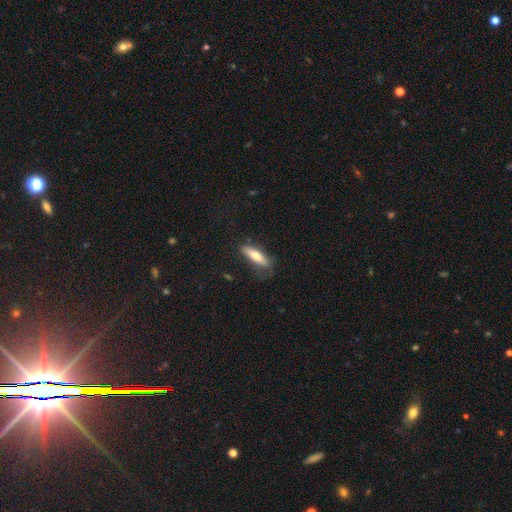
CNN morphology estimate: smooth-or-featured: smooth: 63% | featured or disk: 31% | star or artifact: 6%
  how-rounded: cigar-shaped: 71% | in between: 28% | round: 2%
  merging: none: 72% | minor disturbance: 20% | major disturbance: 6% | merger: 2%